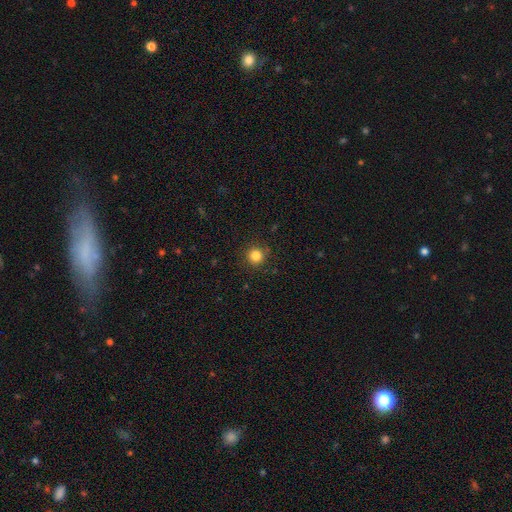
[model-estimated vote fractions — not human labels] A smooth galaxy with no disk features (83%) that is round (94%).

Vote fractions:
- Smooth or featured? smooth: 83% / star or artifact: 12% / featured or disk: 4%
- How rounded? round: 94% / in between: 5% / cigar-shaped: 1%
- Merging? none: 89% / minor disturbance: 7% / major disturbance: 2% / merger: 1%